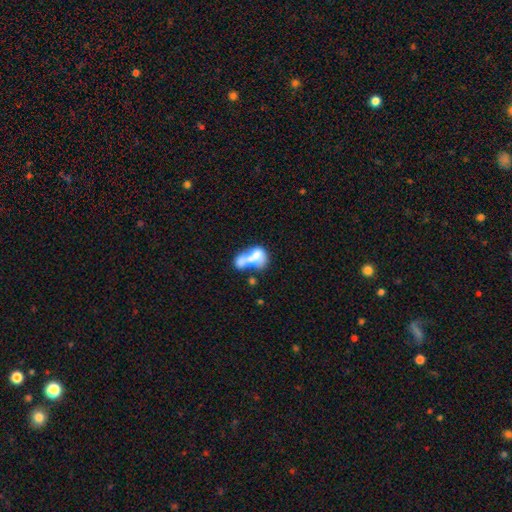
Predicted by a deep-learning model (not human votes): smooth 56%, featured or disk 35%, star or artifact 9%. Down the decision tree: how rounded — in between (79%); merging — merger (68%).